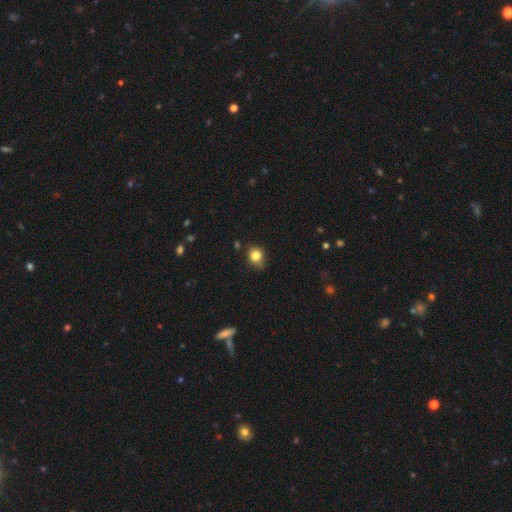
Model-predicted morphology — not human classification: Smooth or featured? Predicted: smooth (p=0.82). How rounded? Predicted: round (p=0.70). Merging? Predicted: none (p=0.72).